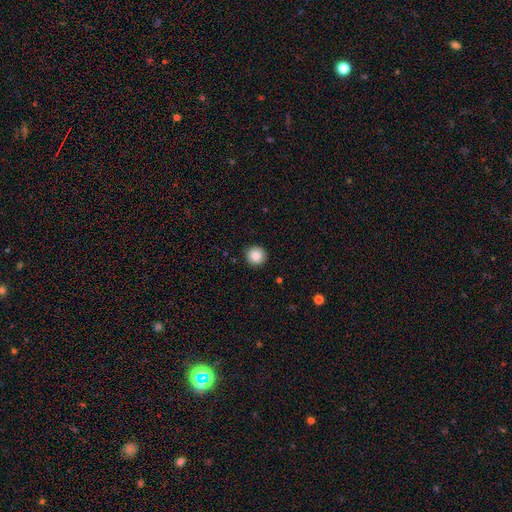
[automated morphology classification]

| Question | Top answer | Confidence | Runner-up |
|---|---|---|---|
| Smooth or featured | smooth | 88% | star or artifact (9%) |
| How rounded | round | 94% | in between (5%) |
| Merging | none | 91% | minor disturbance (6%) |